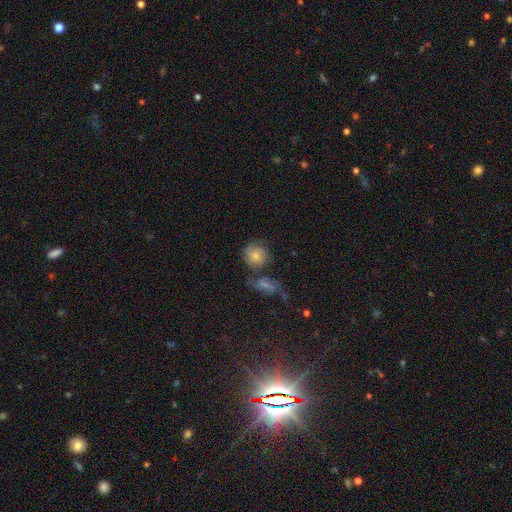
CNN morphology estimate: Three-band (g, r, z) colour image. It shows a smooth galaxy with no disk features (69%) that is round (79%). Merging: none (41%).